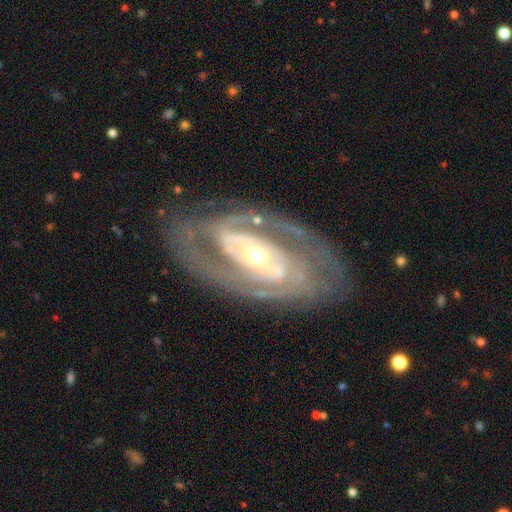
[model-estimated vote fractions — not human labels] Morphology: type=featured or disk (89%); edge-on=no (95%); bar=no (42%); spiral arms=yes (93%); winding=tight (60%); arm count=2 (62%); bulge=moderate (51%); merging=none (78%).